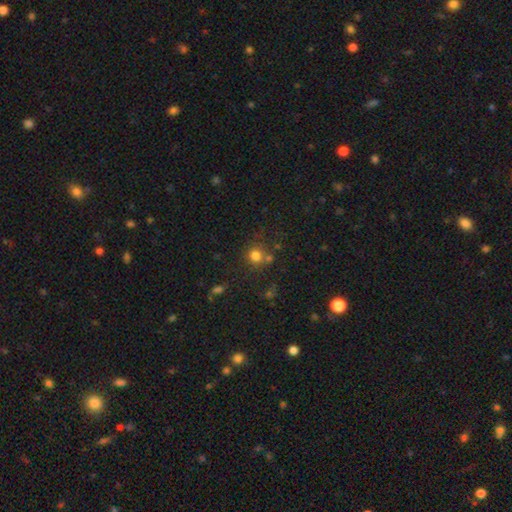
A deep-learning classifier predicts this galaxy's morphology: The model was most divided on "merging": none: 69%, merger: 15%, minor disturbance: 11%, major disturbance: 5%. More confident: how rounded — round (88%); smooth or featured — smooth (77%).